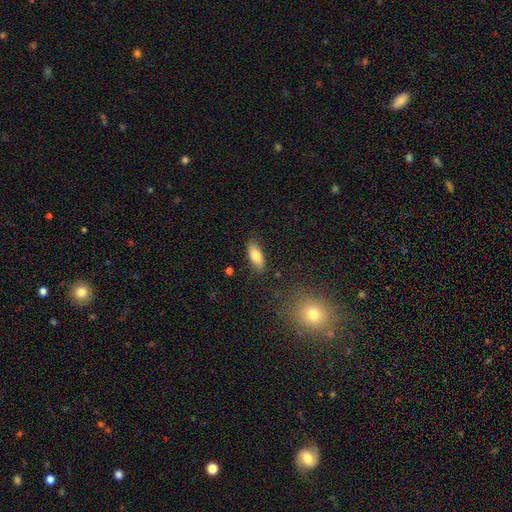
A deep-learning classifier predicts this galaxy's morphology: smooth_or_featured: smooth (p=0.79) [alt: featured or disk p=0.14]
how_rounded: in between (p=0.83) [alt: cigar-shaped p=0.15]
merging: none (p=0.85) [alt: minor disturbance p=0.11]